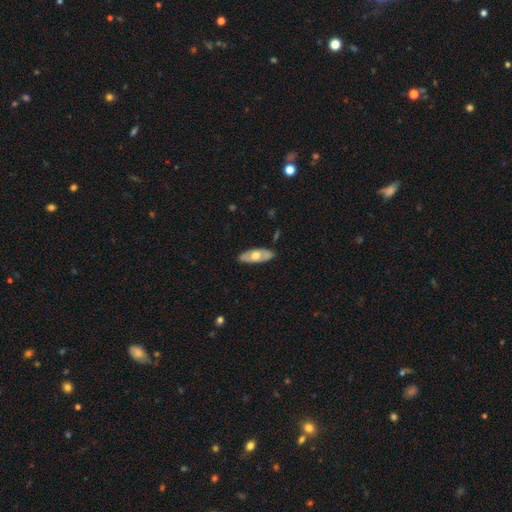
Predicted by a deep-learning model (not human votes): This is possibly a smooth galaxy (49%). Merging: clearly none (86%).